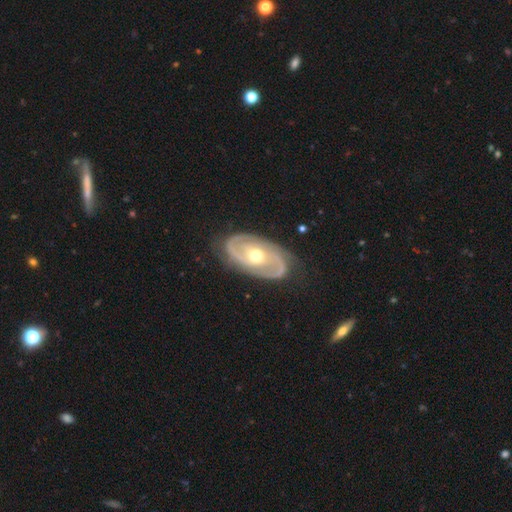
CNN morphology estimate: Q: Smooth or featured?
A: featured or disk (90%); runner-up: smooth (6%)
Q: Edge-on disk?
A: no (96%); runner-up: yes (4%)
Q: Bar?
A: no (65%); runner-up: weak (25%)
Q: Spiral arms?
A: yes (95%); runner-up: no (5%)
Q: Spiral winding?
A: tight (48%); runner-up: medium (40%)
Q: Spiral arm count?
A: 2 (90%); runner-up: can't tell (4%)
Q: Bulge size?
A: moderate (77%); runner-up: small (16%)
Q: Merging?
A: none (82%); runner-up: minor disturbance (13%)